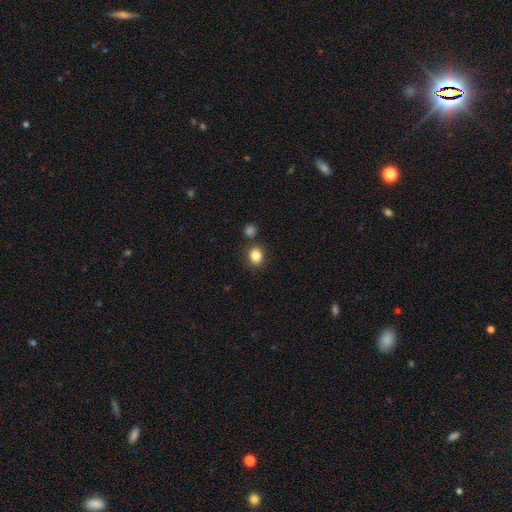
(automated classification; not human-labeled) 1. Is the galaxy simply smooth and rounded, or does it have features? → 84% smooth, 10% star or artifact, 5% featured or disk.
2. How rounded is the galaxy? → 62% round, 37% in between, 1% cigar-shaped.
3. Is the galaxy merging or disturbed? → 78% none, 10% minor disturbance, 9% merger, 3% major disturbance.